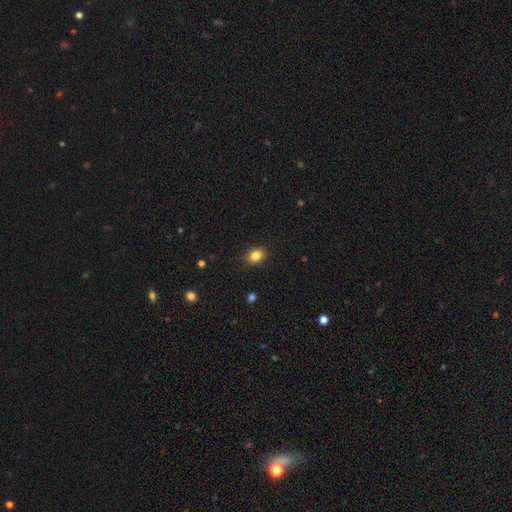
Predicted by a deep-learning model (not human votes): Smooth or featured? smooth (85%)
How rounded? in between (56%)
Merging? none (89%)